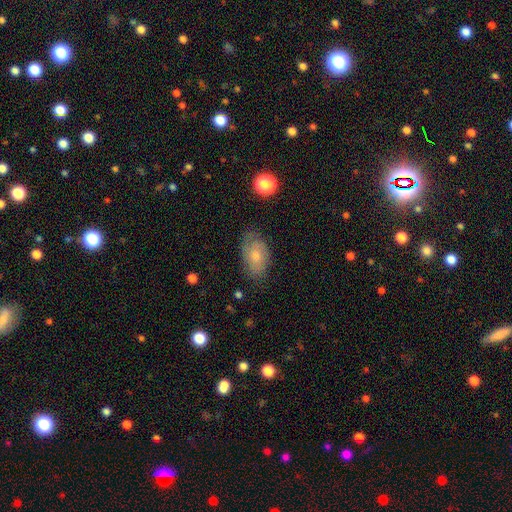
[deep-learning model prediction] A smooth galaxy with no disk features (55%) that is in between round and cigar-shaped (90%).

Vote fractions:
- Smooth or featured? smooth: 55% / featured or disk: 37% / star or artifact: 8%
- How rounded? in between: 90% / round: 8% / cigar-shaped: 2%
- Merging? none: 69% / minor disturbance: 23% / major disturbance: 7% / merger: 1%